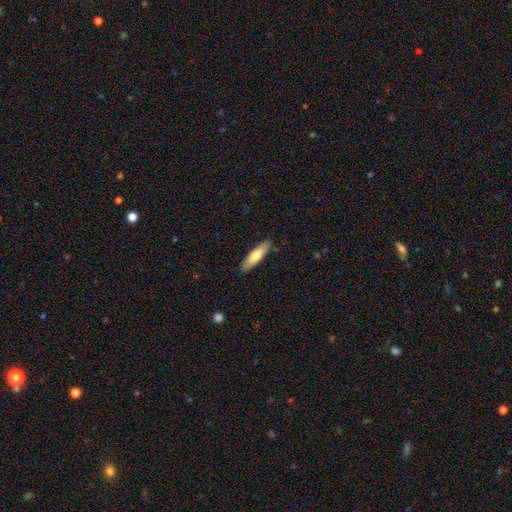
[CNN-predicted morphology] Smooth or featured? smooth (66%)
How rounded? cigar-shaped (65%)
Merging? none (88%)